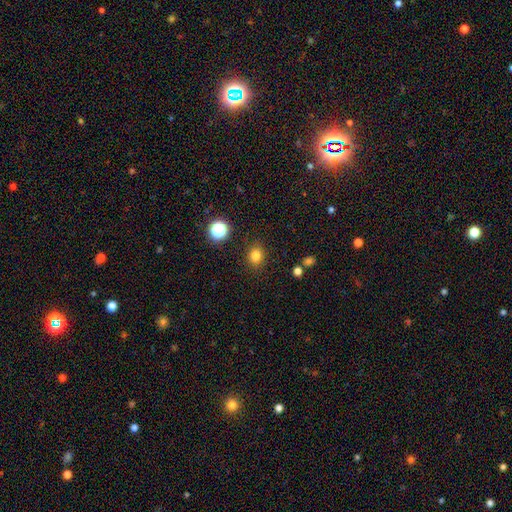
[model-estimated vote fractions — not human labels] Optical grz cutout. It shows a smooth galaxy with no disk features (80%) that is round (71%). Merging: none (88%).